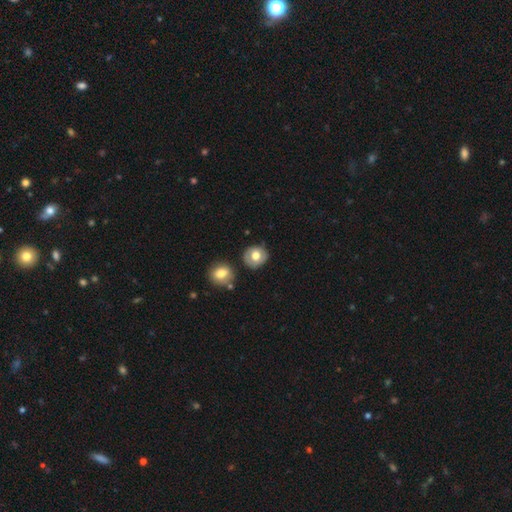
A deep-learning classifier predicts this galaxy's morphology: A smooth galaxy with no disk features (67%) that is round (80%). Merging: none (75%).